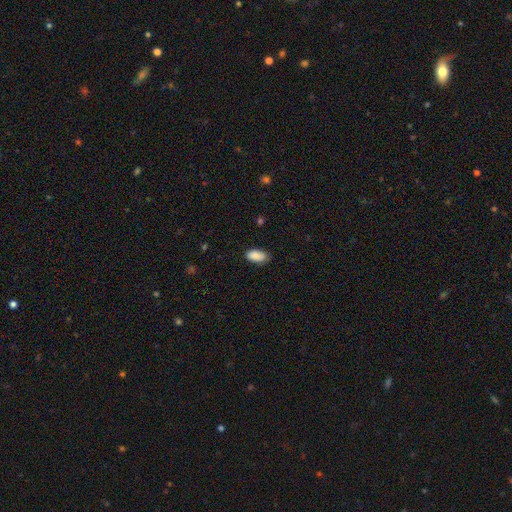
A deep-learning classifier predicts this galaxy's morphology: Smooth or featured? smooth (89%)
How rounded? in between (93%)
Merging? none (79%)